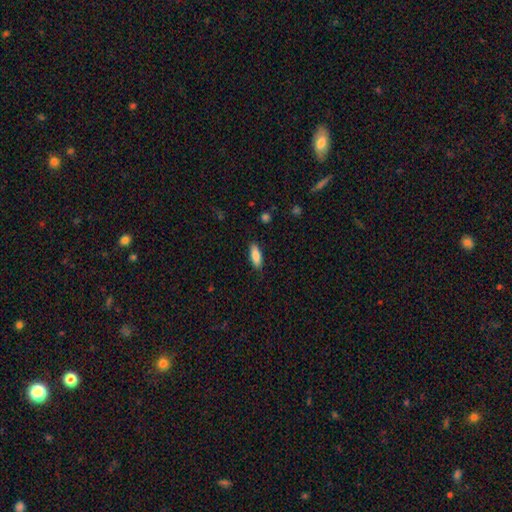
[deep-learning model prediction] smooth-or-featured: smooth: 85% | featured or disk: 8% | star or artifact: 7%
  how-rounded: in between: 72% | cigar-shaped: 27% | round: 2%
  merging: none: 85% | minor disturbance: 11% | major disturbance: 2% | merger: 1%